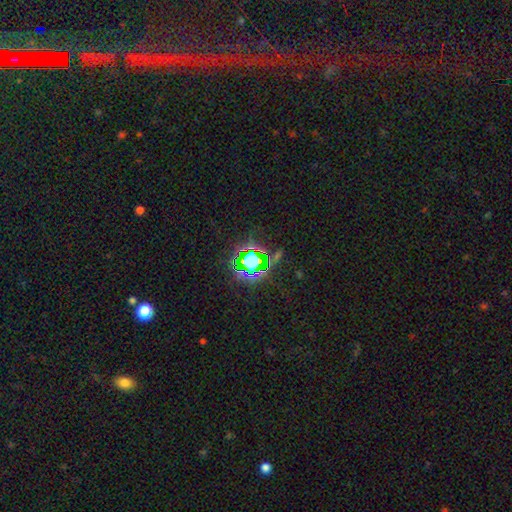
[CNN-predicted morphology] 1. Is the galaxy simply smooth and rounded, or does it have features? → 67% star or artifact, 20% smooth, 13% featured or disk.